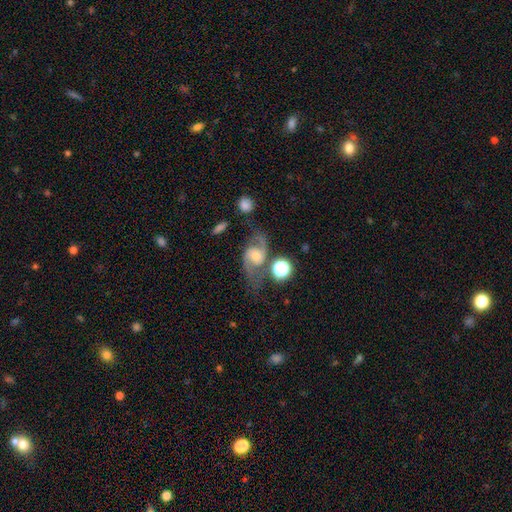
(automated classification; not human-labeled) The model was most divided on "spiral winding": medium: 48%, loose: 39%, tight: 12%. More confident: edge-on disk — no (97%); spiral arms — yes (96%); spiral arm count — 2 (93%); smooth or featured — featured or disk (86%); merging — none (67%); bar — no (53%); bulge size — moderate (52%).